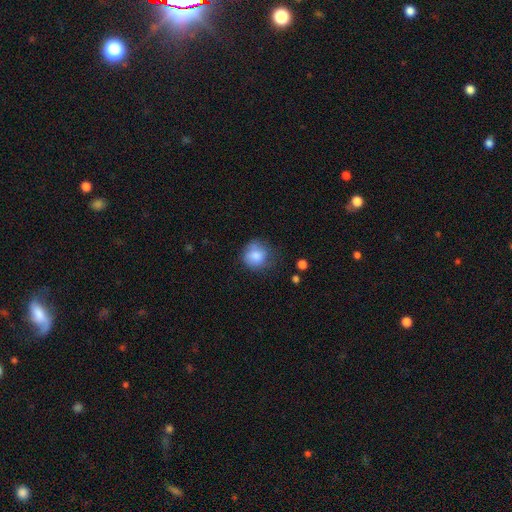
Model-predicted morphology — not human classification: Smooth or featured? smooth (80%)
How rounded? round (85%)
Merging? none (59%)